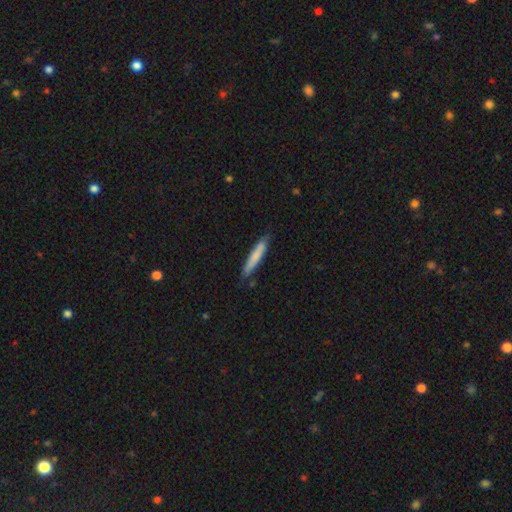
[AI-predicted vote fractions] smooth 76%, featured or disk 18%, star or artifact 5%. Down the decision tree: how rounded — cigar-shaped (92%); merging — none (80%).